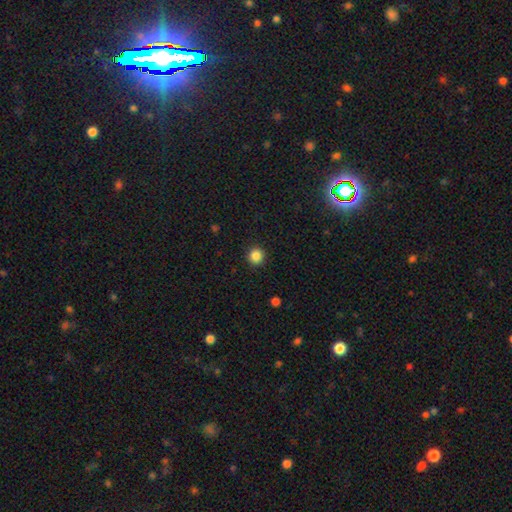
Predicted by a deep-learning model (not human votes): Smooth or featured: smooth — 86% (star or artifact — 11%)
How rounded: round — 95% (in between — 4%)
Merging: none — 92% (minor disturbance — 5%)